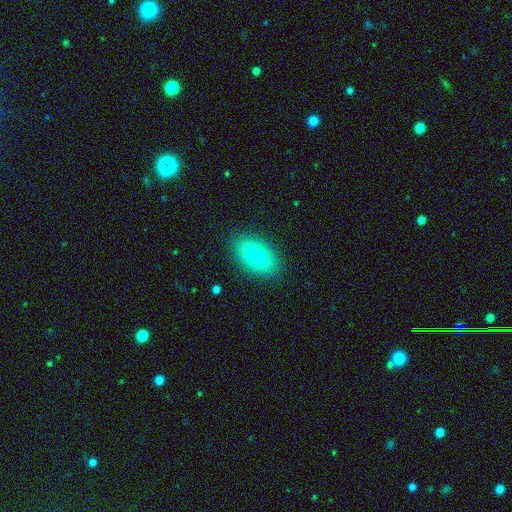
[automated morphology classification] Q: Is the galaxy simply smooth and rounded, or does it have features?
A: smooth — 71%.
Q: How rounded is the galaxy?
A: in between — 87%.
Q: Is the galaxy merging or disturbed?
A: none — 87%.